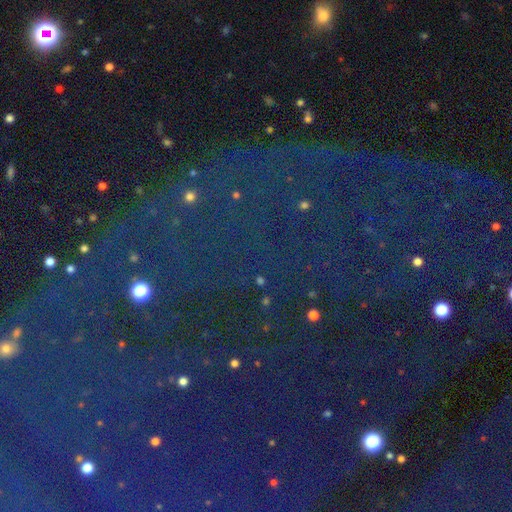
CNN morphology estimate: A star or artifact, not a galaxy (83%).